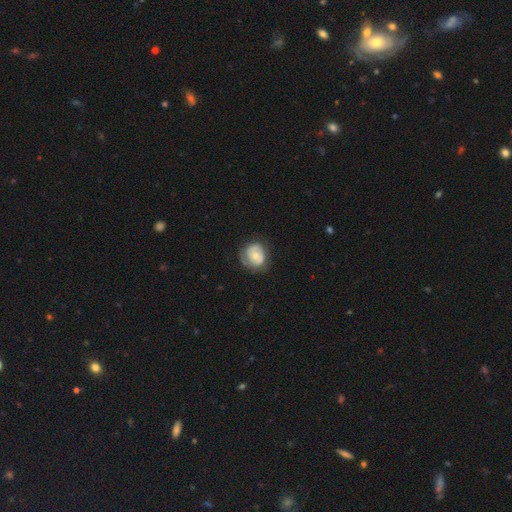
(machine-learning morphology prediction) type=featured or disk (54%); edge-on=no (97%); bar=no (73%); spiral arms=yes (74%); bulge=small (47%); merging=none (61%).